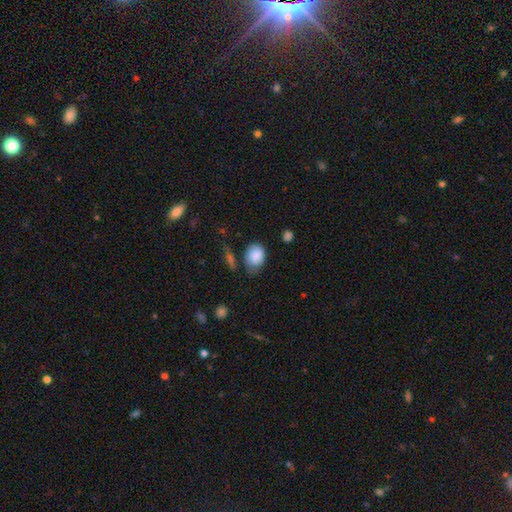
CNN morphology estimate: Smooth or featured: smooth — 84% (featured or disk — 8%)
How rounded: in between — 61% (round — 38%)
Merging: none — 55% (minor disturbance — 32%)